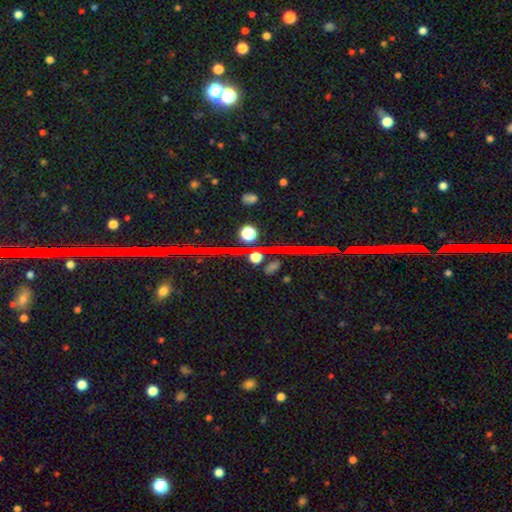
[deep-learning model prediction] This is possibly a star or artifact rather than a galaxy (59%).